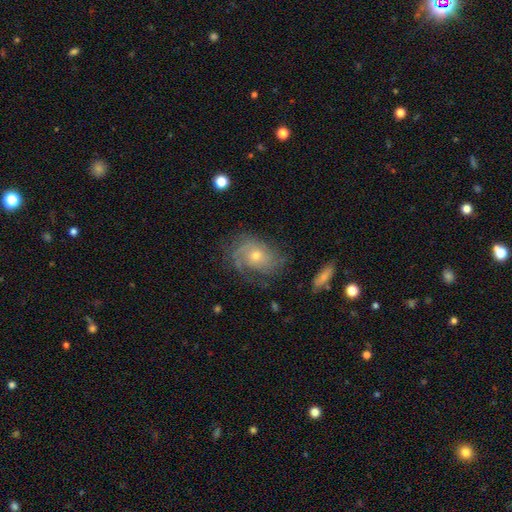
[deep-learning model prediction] smooth-or-featured: featured or disk: 76% | smooth: 16% | star or artifact: 8%
  disk-edge-on: no: 96% | yes: 4%
    bar: no: 78% | weak: 19% | strong: 3%
    has-spiral-arms: yes: 91% | no: 9%
      spiral-winding: tight: 50% | medium: 35% | loose: 16%
      spiral-arm-count: can't tell: 37% | 2: 24% | 3: 19% | 1: 8% | 4: 7% | more than 4: 5%
    bulge-size: small: 49% | moderate: 46% | large: 2% | none: 1% | dominant: 1%
  merging: none: 66% | minor disturbance: 20% | major disturbance: 12% | merger: 2%